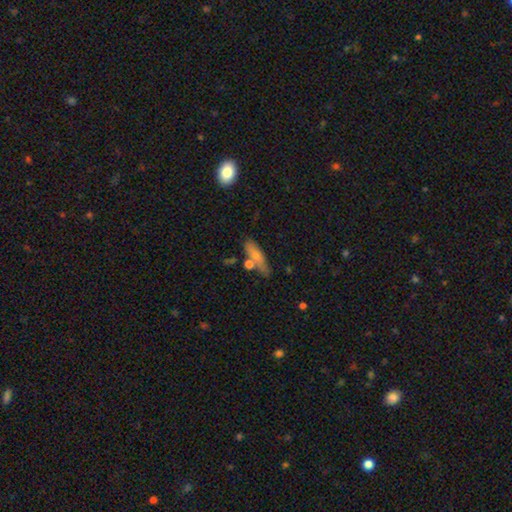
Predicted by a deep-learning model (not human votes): This appears to be a smooth galaxy with no disk features (68%) that is cigar-shaped (52%). Merging: none (62%).